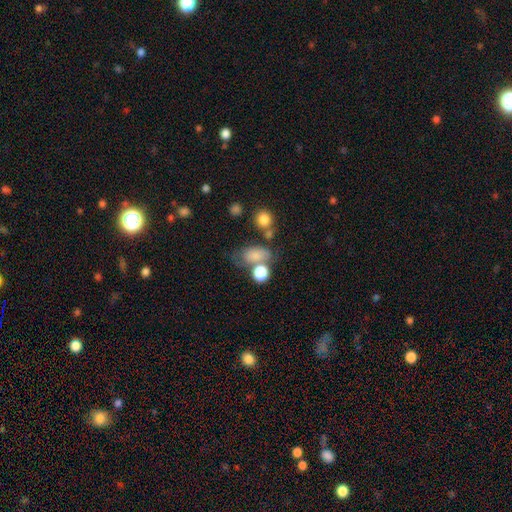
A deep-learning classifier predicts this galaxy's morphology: Smooth or featured: smooth — 76% (featured or disk — 12%)
How rounded: in between — 76% (round — 22%)
Merging: none — 42% (merger — 28%)